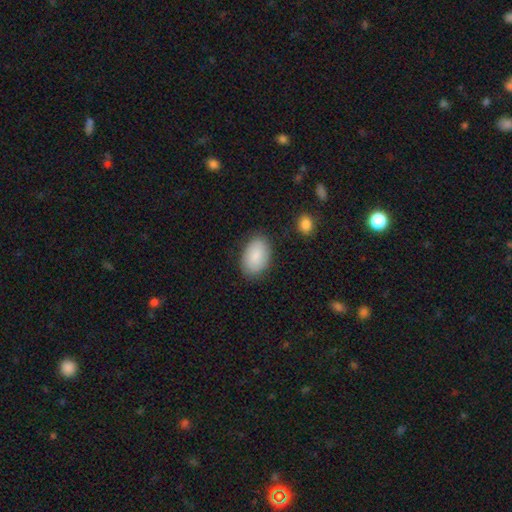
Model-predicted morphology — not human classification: The model was most divided on "merging": none: 82%, minor disturbance: 13%, major disturbance: 3%, merger: 2%. More confident: how rounded — in between (90%); smooth or featured — smooth (86%).